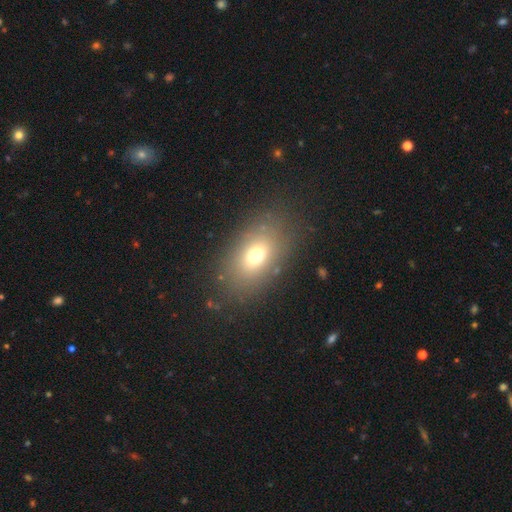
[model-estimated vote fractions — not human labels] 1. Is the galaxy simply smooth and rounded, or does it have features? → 68% smooth, 17% featured or disk, 15% star or artifact.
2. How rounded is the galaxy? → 79% in between, 19% round, 2% cigar-shaped.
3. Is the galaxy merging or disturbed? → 81% none, 11% minor disturbance, 7% major disturbance, 2% merger.